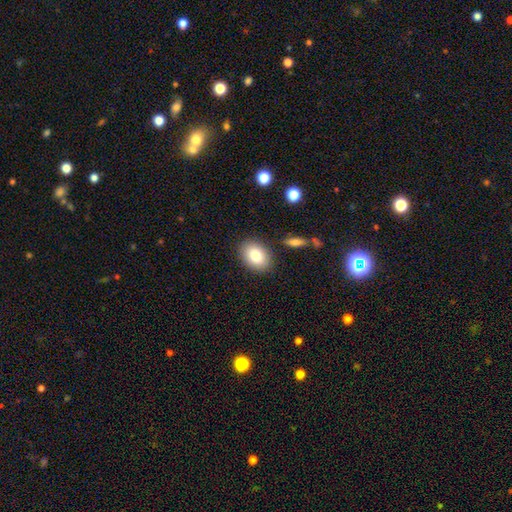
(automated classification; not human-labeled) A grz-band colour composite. It shows a smooth galaxy with no disk features (84%) that is in between round and cigar-shaped (79%). Merging: none (86%).